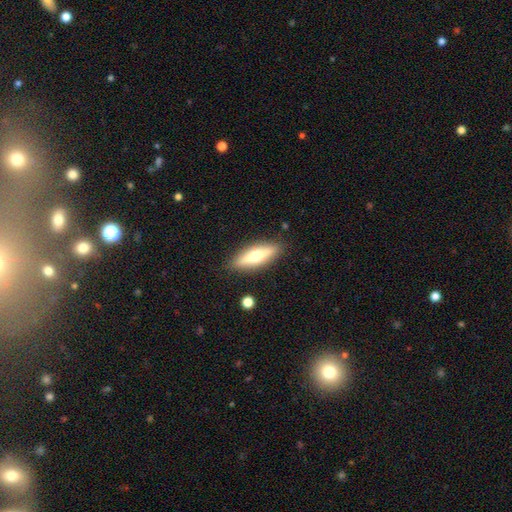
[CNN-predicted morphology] Q: Smooth or featured?
A: featured or disk (49%); runner-up: smooth (45%)
Q: Merging?
A: none (88%); runner-up: minor disturbance (9%)